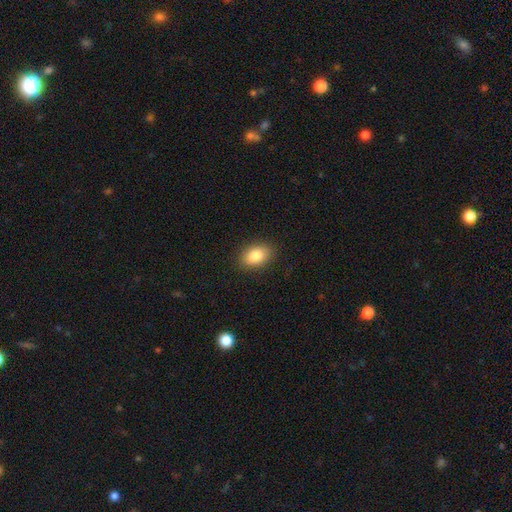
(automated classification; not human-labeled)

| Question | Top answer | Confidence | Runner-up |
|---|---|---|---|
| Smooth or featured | smooth | 86% | star or artifact (8%) |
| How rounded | in between | 84% | round (14%) |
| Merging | none | 88% | minor disturbance (9%) |